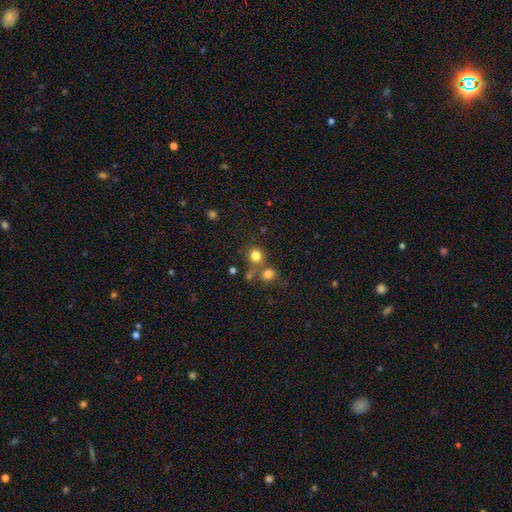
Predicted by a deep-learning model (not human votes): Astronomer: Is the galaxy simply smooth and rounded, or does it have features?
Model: smooth — 78%.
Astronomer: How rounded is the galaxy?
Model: round — 88%.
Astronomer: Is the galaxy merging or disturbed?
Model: none — 60%.